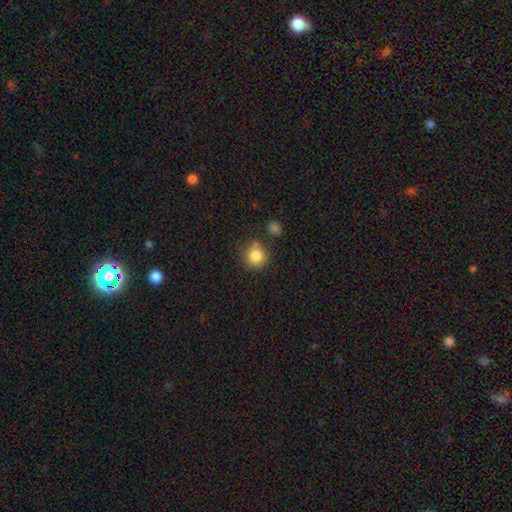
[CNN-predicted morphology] Smooth or featured: smooth — 84% (star or artifact — 10%)
How rounded: round — 91% (in between — 8%)
Merging: none — 75% (minor disturbance — 12%)